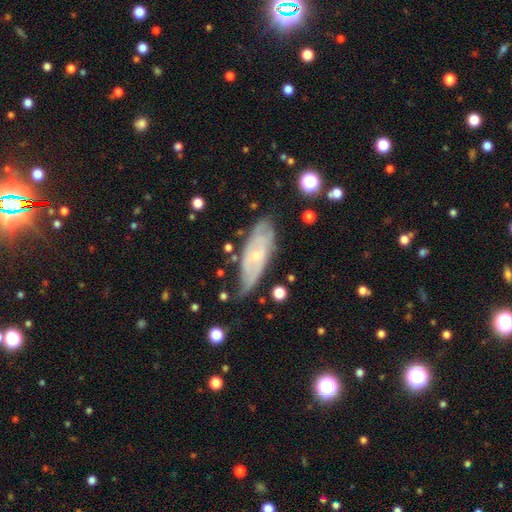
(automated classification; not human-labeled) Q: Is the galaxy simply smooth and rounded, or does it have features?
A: featured or disk — 70%.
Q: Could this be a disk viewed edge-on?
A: no — 81%.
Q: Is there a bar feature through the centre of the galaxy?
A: no — 68%.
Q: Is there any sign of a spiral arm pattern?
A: yes — 81%.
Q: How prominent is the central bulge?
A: small — 73%.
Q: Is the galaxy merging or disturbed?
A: none — 66%.